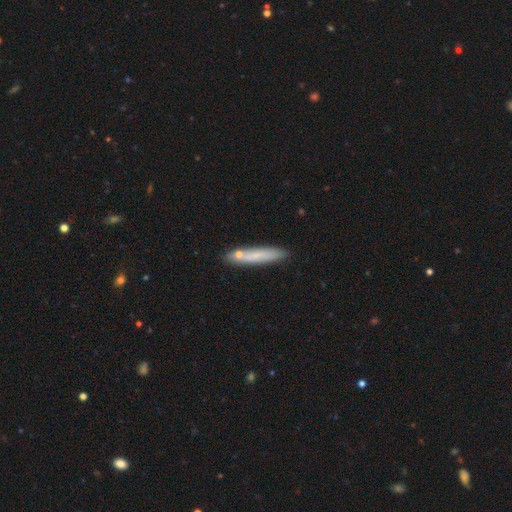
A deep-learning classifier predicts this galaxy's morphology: type=smooth (70%); roundness=cigar-shaped (92%); merging=none (79%).